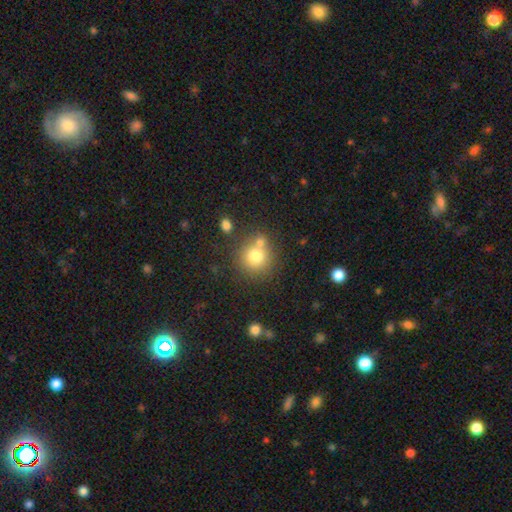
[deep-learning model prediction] Overall: smooth (76%). How rounded: round (89%). Merging: none (61%; merger 25%).